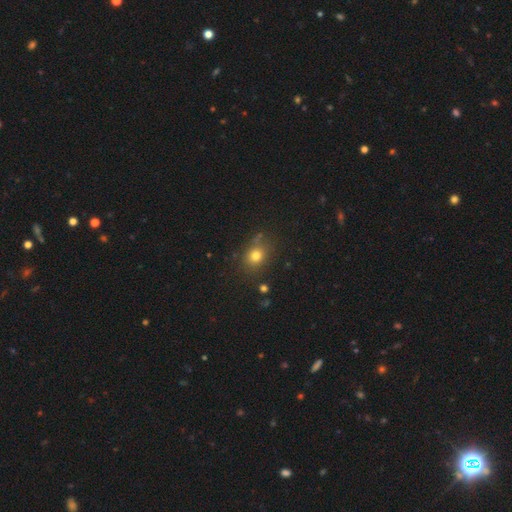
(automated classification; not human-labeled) This appears to be a smooth galaxy with no disk features (76%) that is round (62%). Merging: none (75%).